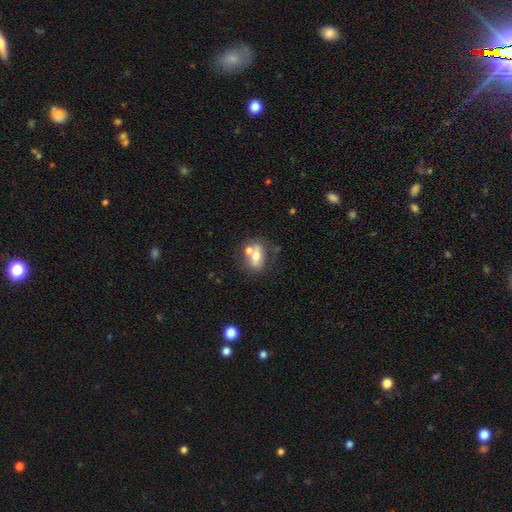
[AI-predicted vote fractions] smooth 59%, featured or disk 32%, star or artifact 9%. Down the decision tree: how rounded — in between (72%); merging — none (50%).